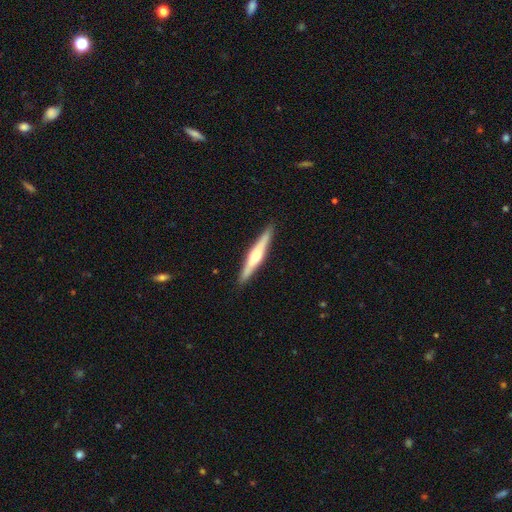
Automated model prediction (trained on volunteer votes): Smooth or featured: featured or disk — 63% (smooth — 33%)
Edge-on disk: yes — 97% (no — 3%)
Edge-on bulge: rounded — 80% (boxy — 11%)
Merging: none — 91% (minor disturbance — 7%)